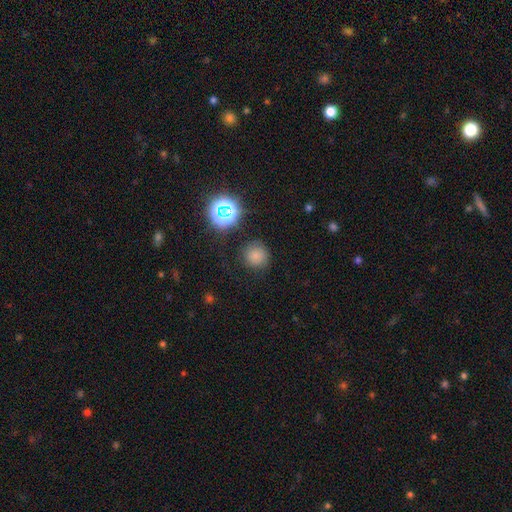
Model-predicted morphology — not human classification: A smooth galaxy with no disk features (73%) that is round (93%). Merging: none (83%).